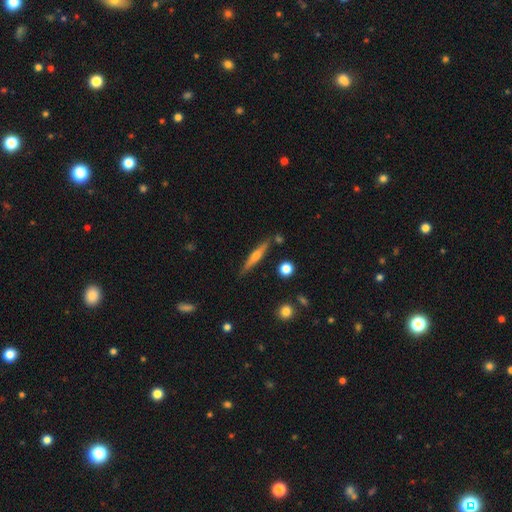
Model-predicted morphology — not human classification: A featured or disk galaxy (60%) viewed edge-on (96%) with a rounded central bulge (81%). Merging: none (84%).